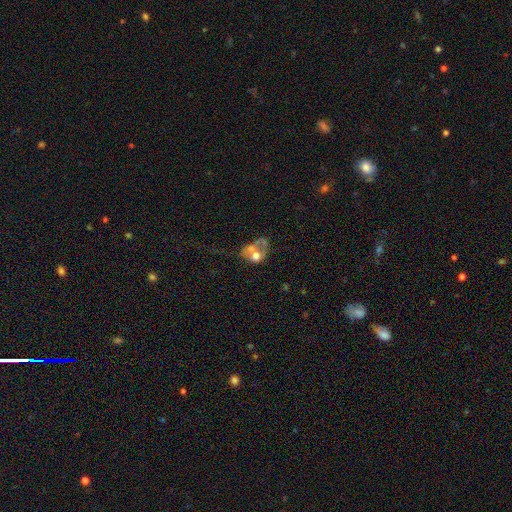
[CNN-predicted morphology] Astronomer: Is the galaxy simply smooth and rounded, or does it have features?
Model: smooth — 45% (runner-up: featured or disk, 43%).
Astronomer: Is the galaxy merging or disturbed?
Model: merger — 46% (runner-up: major disturbance, 26%).